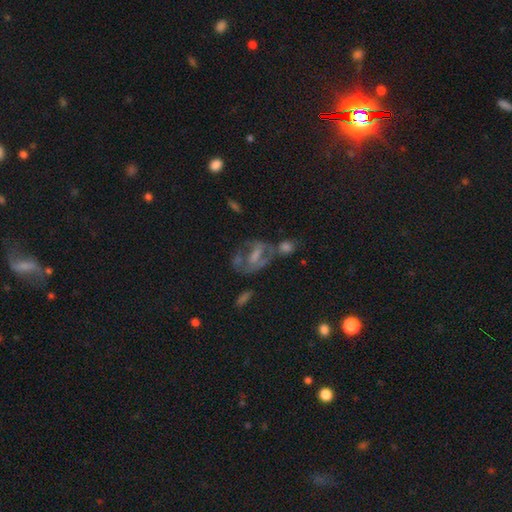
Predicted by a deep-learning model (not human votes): featured or disk 59%, smooth 20%, star or artifact 20%. Down the decision tree: edge-on disk — no (94%); bar — no (41%); spiral arms — yes (57%); bulge size — small (33%); merging — none (36%).